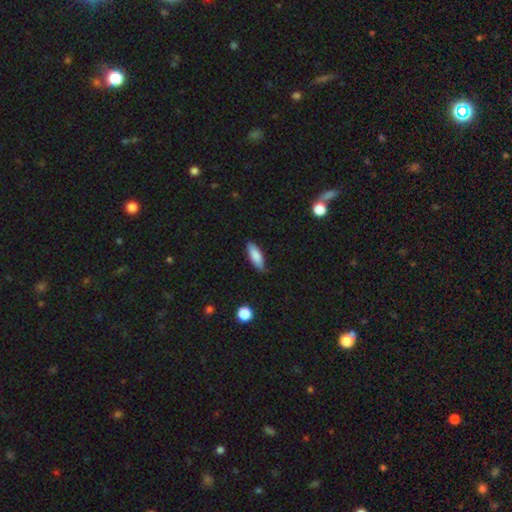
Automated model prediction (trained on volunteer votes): smooth 85%, featured or disk 9%, star or artifact 7%. Down the decision tree: how rounded — in between (62%); merging — none (80%).